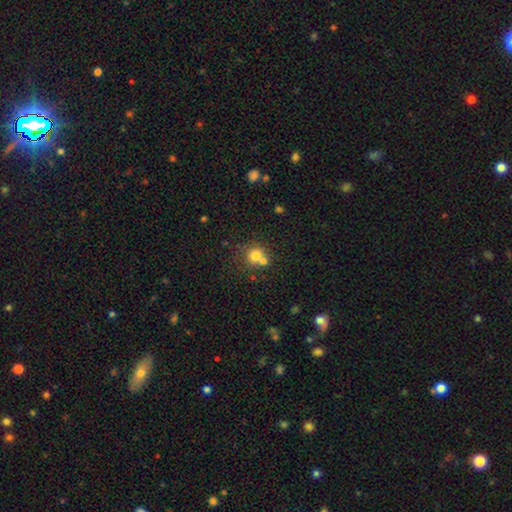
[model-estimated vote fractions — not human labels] A smooth galaxy with no disk features (73%) that is round (84%).

Vote fractions:
- Smooth or featured? smooth: 73% / featured or disk: 13% / star or artifact: 13%
- How rounded? round: 84% / in between: 15% / cigar-shaped: 1%
- Merging? none: 45% / merger: 43% / minor disturbance: 9% / major disturbance: 4%